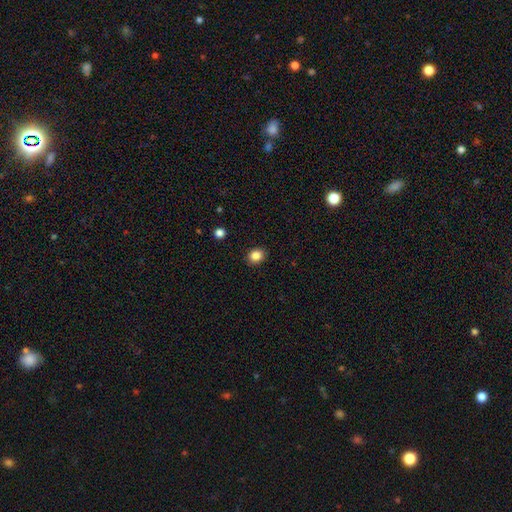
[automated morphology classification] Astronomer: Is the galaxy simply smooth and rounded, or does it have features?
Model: smooth — 85%.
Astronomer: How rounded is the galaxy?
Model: round — 67%.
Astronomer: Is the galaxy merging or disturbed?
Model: none — 90%.